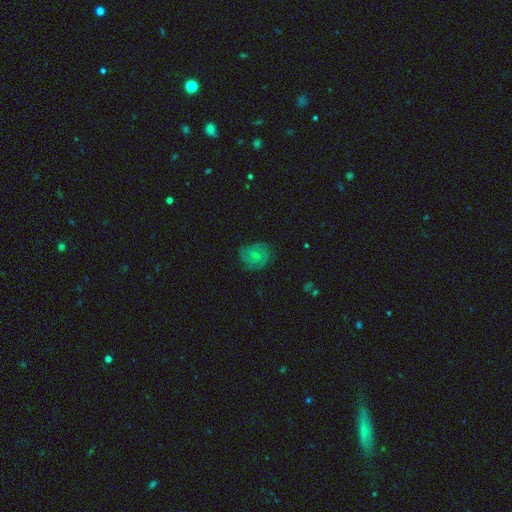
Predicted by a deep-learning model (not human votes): Smooth or featured? featured or disk (55%)
Edge-on disk? no (98%)
Bar? no (66%)
Spiral arms? yes (86%)
Bulge size? small (68%)
Merging? none (70%)